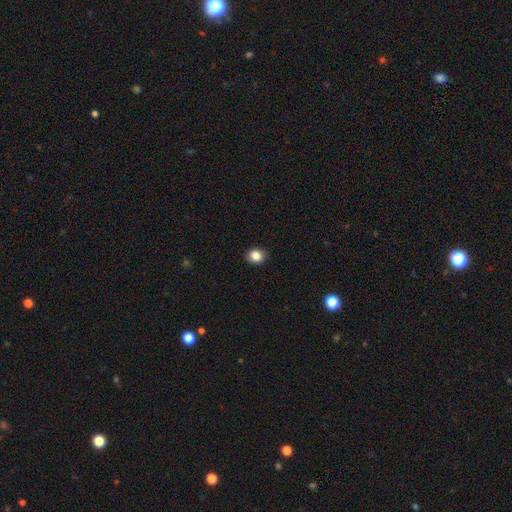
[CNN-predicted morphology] type=smooth (84%); roundness=round (59%); merging=none (89%).